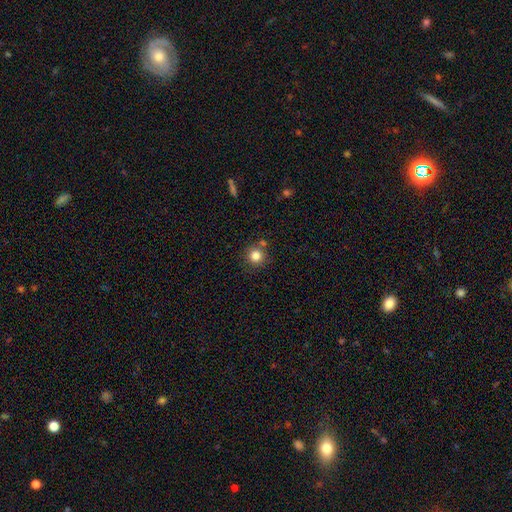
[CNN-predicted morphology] A smooth galaxy with no disk features (83%) that is round (93%). Merging: none (77%).